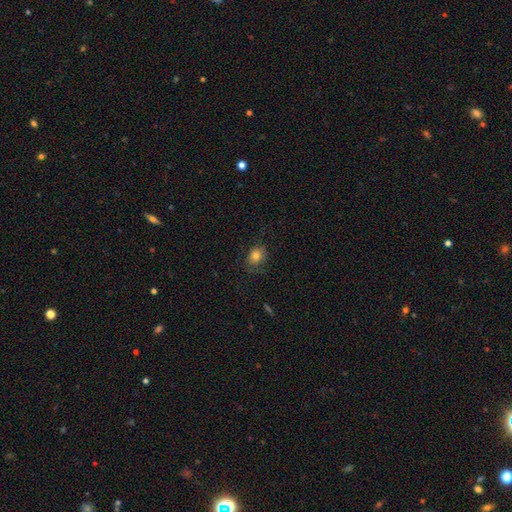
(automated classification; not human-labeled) Smooth or featured? smooth (79%)
How rounded? in between (52%)
Merging? none (75%)